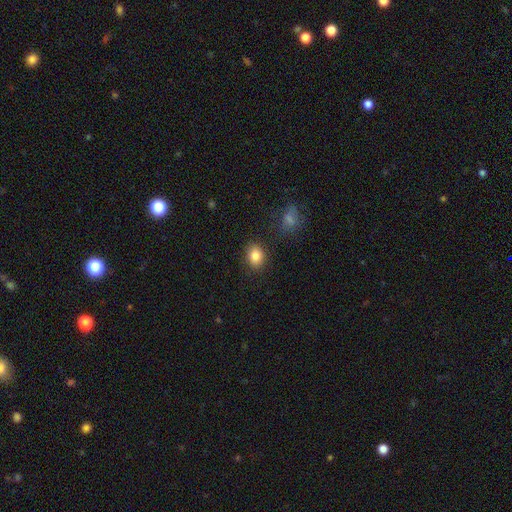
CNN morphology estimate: This is clearly a smooth galaxy (85%). How rounded: possibly round (51%). Merging: clearly none (85%).